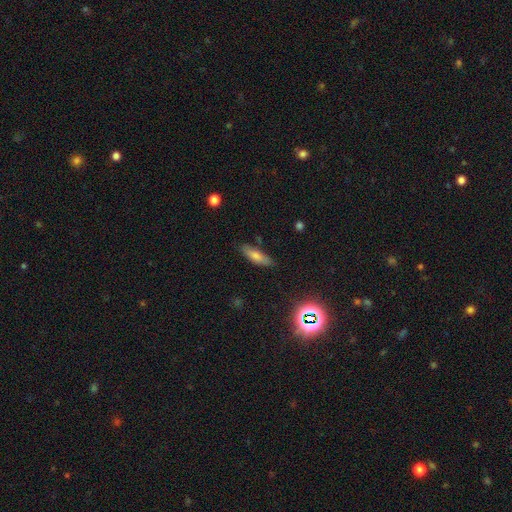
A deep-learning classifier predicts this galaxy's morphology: smooth-or-featured: smooth: 65% | featured or disk: 21% | star or artifact: 14%
  how-rounded: cigar-shaped: 51% | in between: 46% | round: 3%
  merging: none: 80% | minor disturbance: 15% | major disturbance: 3% | merger: 2%